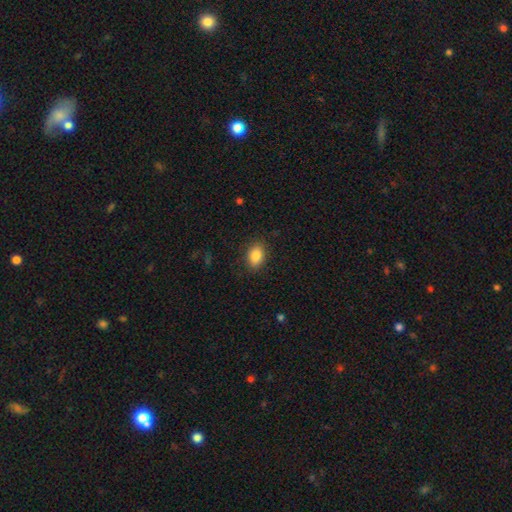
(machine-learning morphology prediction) Overall: smooth (87%). How rounded: in between (83%). Merging: none (84%).